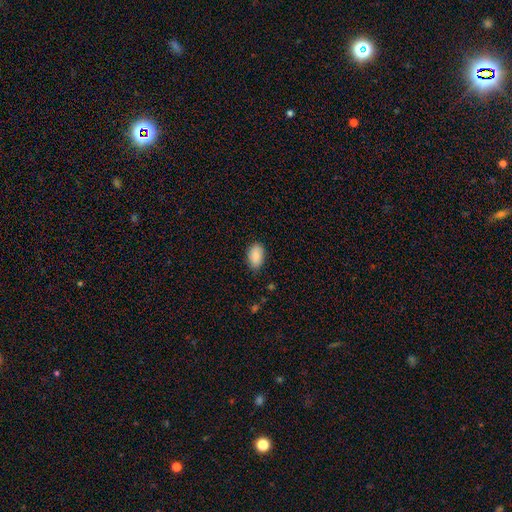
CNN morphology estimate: smooth_or_featured: smooth (p=0.89) [alt: star or artifact p=0.07]
how_rounded: in between (p=0.93) [alt: round p=0.06]
merging: none (p=0.82) [alt: minor disturbance p=0.14]